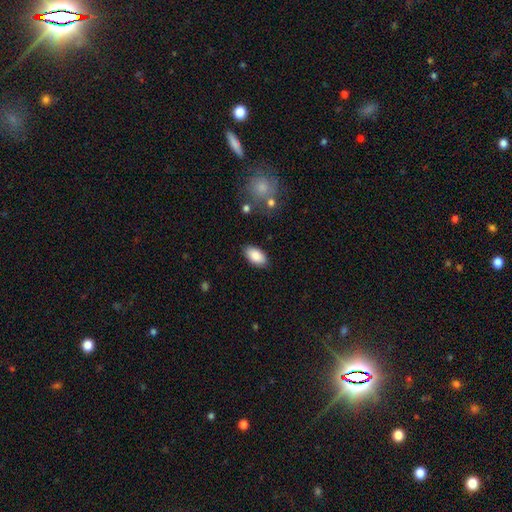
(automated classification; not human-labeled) The model was most divided on "merging": none: 86%, minor disturbance: 10%, major disturbance: 2%, merger: 1%. More confident: how rounded — in between (94%); smooth or featured — smooth (88%).